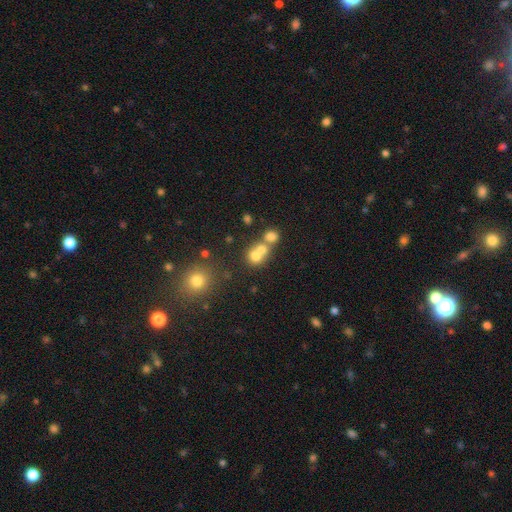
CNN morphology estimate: Smooth or featured?
  - smooth: 68% *
  - featured or disk: 17%
  - star or artifact: 14%
How rounded?
  - round: 78% *
  - in between: 21%
  - cigar-shaped: 1%
Merging?
  - merger: 56% *
  - none: 35%
  - minor disturbance: 6%
  - major disturbance: 4%